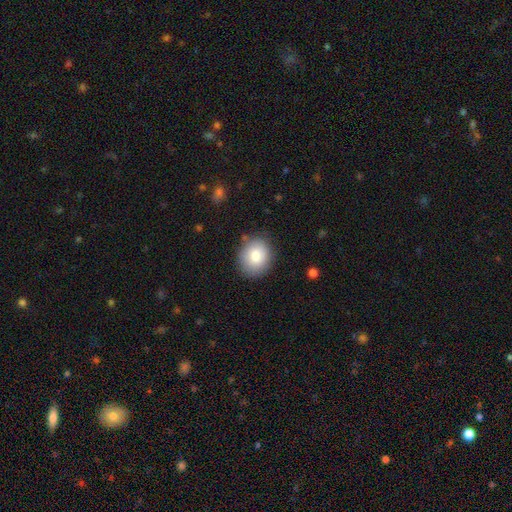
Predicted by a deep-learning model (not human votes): A smooth galaxy with no disk features (84%) that is round (63%).

Vote fractions:
- Smooth or featured? smooth: 84% / featured or disk: 9% / star or artifact: 8%
- How rounded? round: 63% / in between: 36% / cigar-shaped: 1%
- Merging? none: 84% / minor disturbance: 12% / major disturbance: 3% / merger: 2%